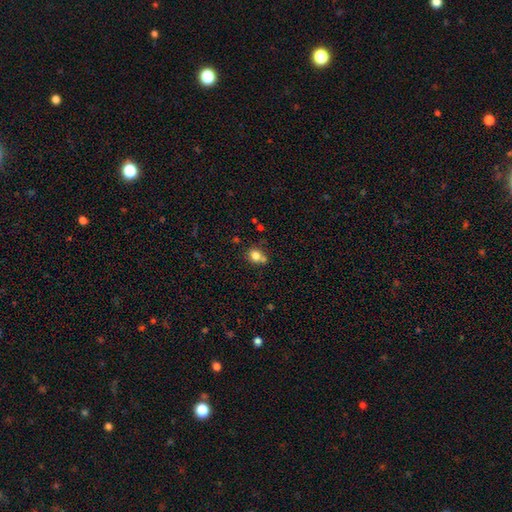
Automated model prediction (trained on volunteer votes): Smooth or featured?
  - smooth: 79% *
  - star or artifact: 12%
  - featured or disk: 9%
How rounded?
  - round: 74% *
  - in between: 25%
  - cigar-shaped: 1%
Merging?
  - none: 55% *
  - merger: 27%
  - minor disturbance: 13%
  - major disturbance: 4%